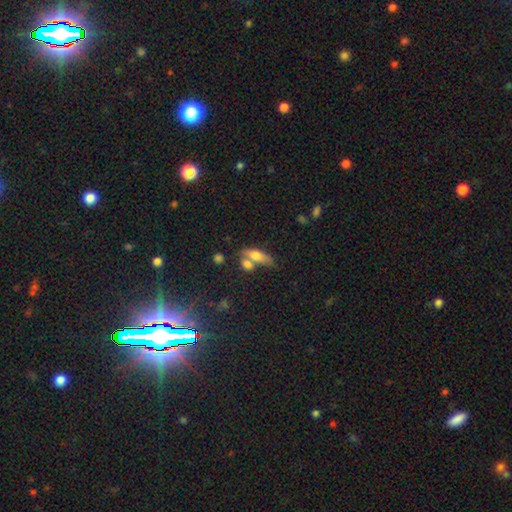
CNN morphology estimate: smooth 65%, featured or disk 26%, star or artifact 8%. Down the decision tree: how rounded — in between (64%); merging — none (42%).